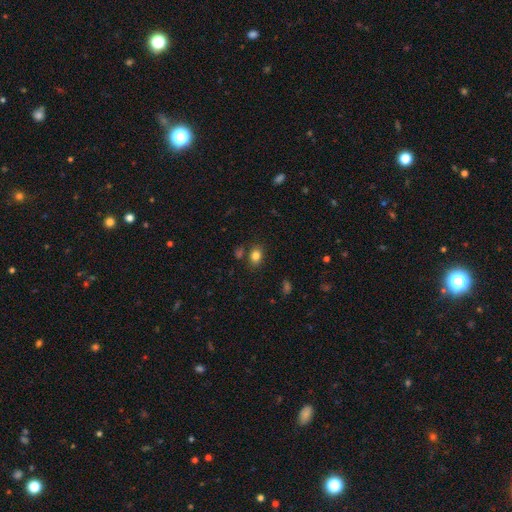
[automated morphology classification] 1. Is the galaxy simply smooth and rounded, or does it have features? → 82% smooth, 11% star or artifact, 7% featured or disk.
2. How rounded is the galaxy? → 66% in between, 33% round, 1% cigar-shaped.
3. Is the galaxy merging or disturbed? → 78% none, 12% minor disturbance, 7% merger, 4% major disturbance.